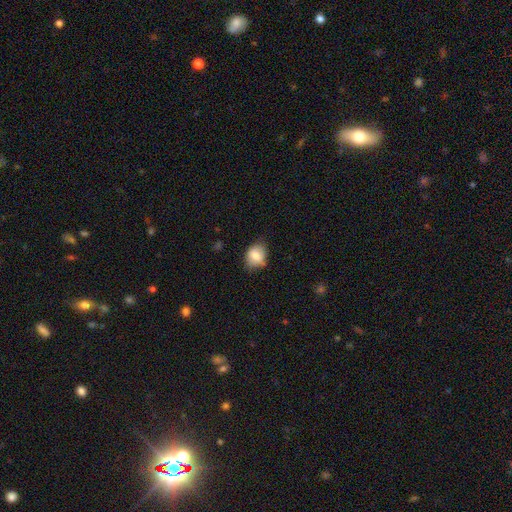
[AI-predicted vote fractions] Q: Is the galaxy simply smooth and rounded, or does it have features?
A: smooth — 78%.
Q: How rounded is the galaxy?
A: in between — 57%.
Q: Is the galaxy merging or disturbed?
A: none — 68%.